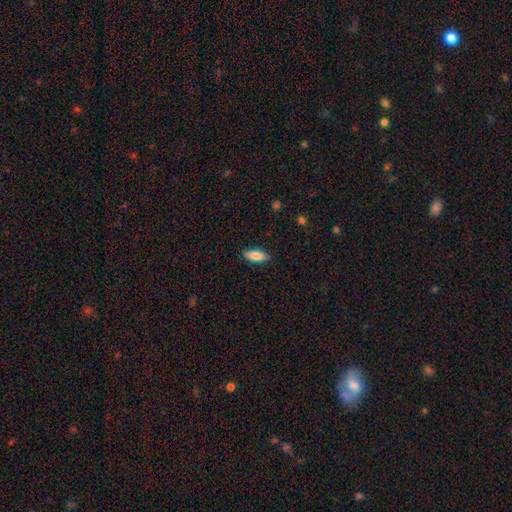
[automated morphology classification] Overall: smooth (85%). How rounded: in between (75%). Merging: none (87%).